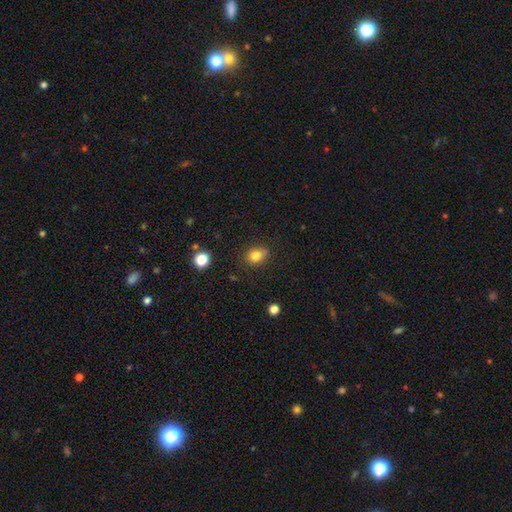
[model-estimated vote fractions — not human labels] Smooth or featured?
  - smooth: 81% *
  - star or artifact: 12%
  - featured or disk: 7%
How rounded?
  - round: 54% *
  - in between: 45%
  - cigar-shaped: 1%
Merging?
  - none: 73% *
  - minor disturbance: 20%
  - major disturbance: 4%
  - merger: 4%